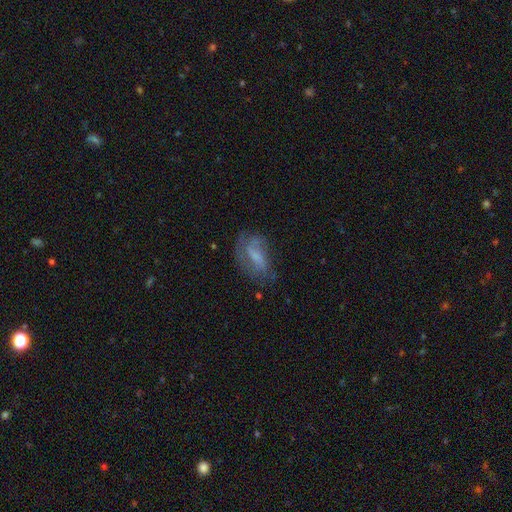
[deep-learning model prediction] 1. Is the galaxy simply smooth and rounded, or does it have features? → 54% featured or disk, 37% smooth, 10% star or artifact.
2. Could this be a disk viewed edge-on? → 93% no, 7% yes.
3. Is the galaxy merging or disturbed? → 52% none, 26% minor disturbance, 19% major disturbance, 2% merger.